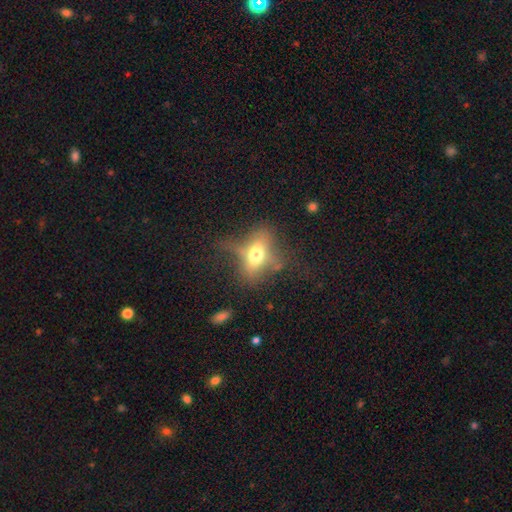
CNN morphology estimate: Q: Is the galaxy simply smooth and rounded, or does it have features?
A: featured or disk — 50%.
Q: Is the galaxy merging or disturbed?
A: none — 55%.